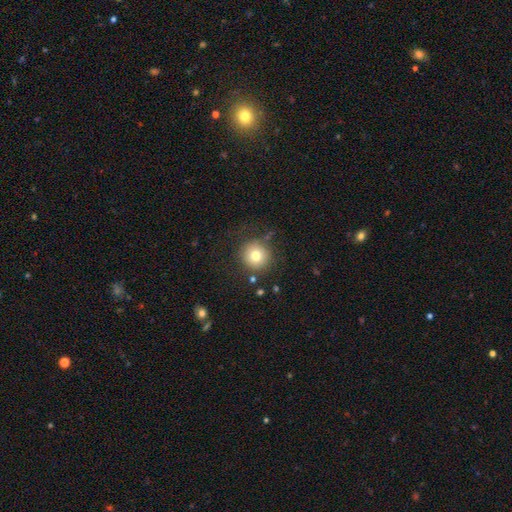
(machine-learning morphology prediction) Smooth or featured? smooth (76%)
How rounded? round (94%)
Merging? none (81%)